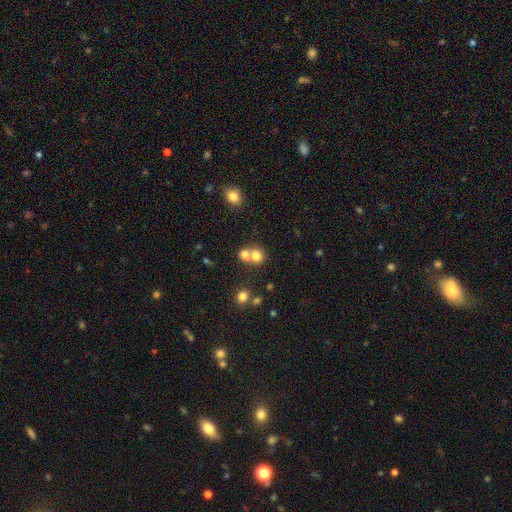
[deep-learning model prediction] smooth-or-featured: smooth: 75% | star or artifact: 13% | featured or disk: 12%
  how-rounded: round: 80% | in between: 19% | cigar-shaped: 1%
  merging: merger: 52% | none: 39% | minor disturbance: 6% | major disturbance: 3%